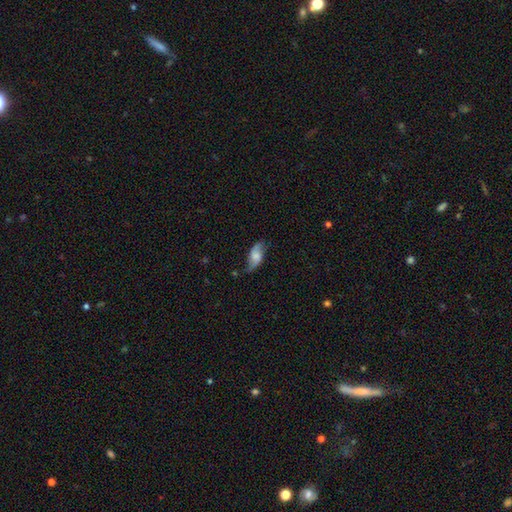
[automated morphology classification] Smooth or featured? Predicted: featured or disk (p=0.55). Edge-on disk? Predicted: no (p=0.89). Merging? Predicted: none (p=0.66).